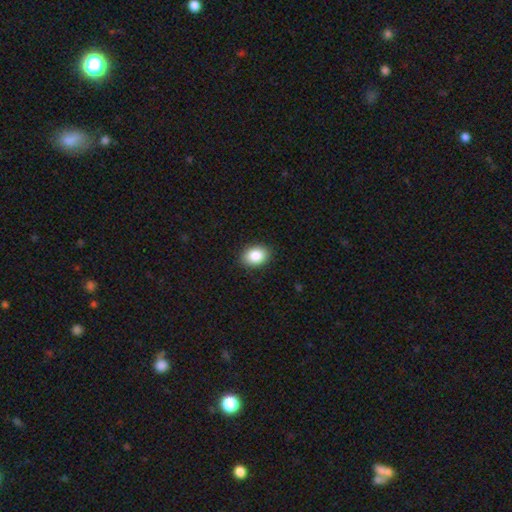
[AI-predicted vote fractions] smooth-or-featured: smooth: 87% | star or artifact: 8% | featured or disk: 5%
  how-rounded: in between: 73% | round: 26% | cigar-shaped: 1%
  merging: none: 89% | minor disturbance: 8% | major disturbance: 2% | merger: 1%